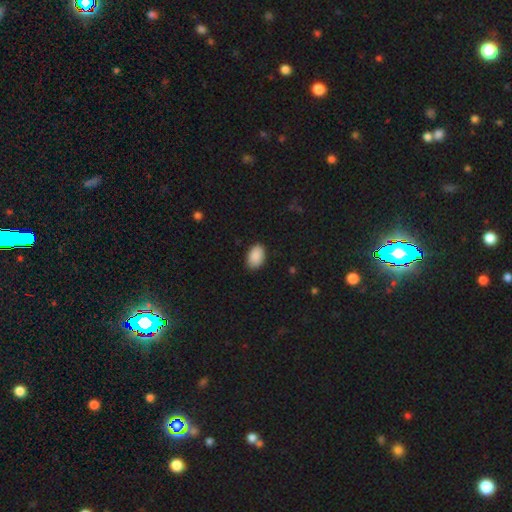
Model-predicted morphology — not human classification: The model was most divided on "merging": none: 87%, minor disturbance: 10%, major disturbance: 2%, merger: 1%. More confident: smooth or featured — smooth (90%); how rounded — in between (89%).